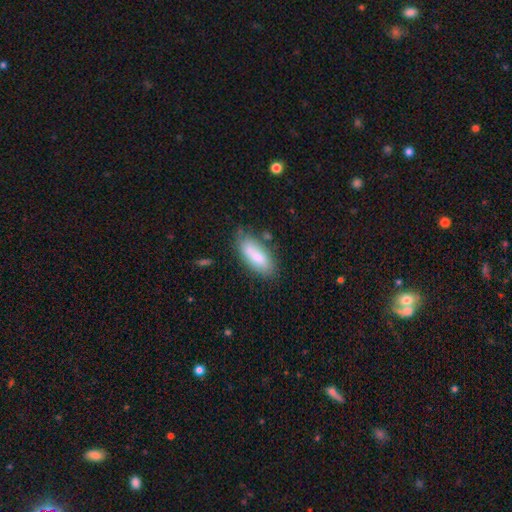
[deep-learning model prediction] smooth-or-featured: smooth: 77% | featured or disk: 16% | star or artifact: 7%
  how-rounded: in between: 79% | cigar-shaped: 19% | round: 2%
  merging: none: 70% | minor disturbance: 20% | merger: 5% | major disturbance: 5%